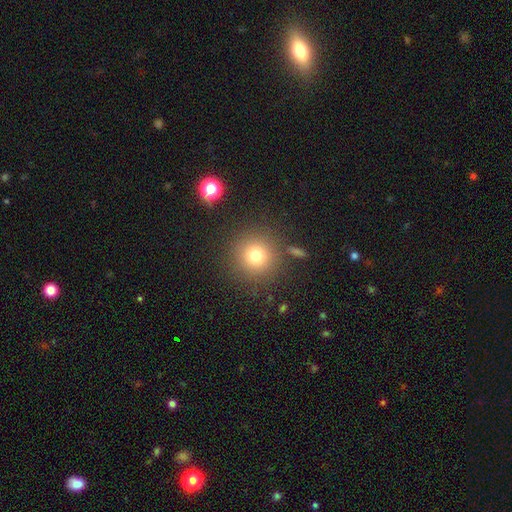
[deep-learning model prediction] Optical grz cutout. It shows a smooth galaxy with no disk features (77%) that is round (94%). Merging: none (86%).